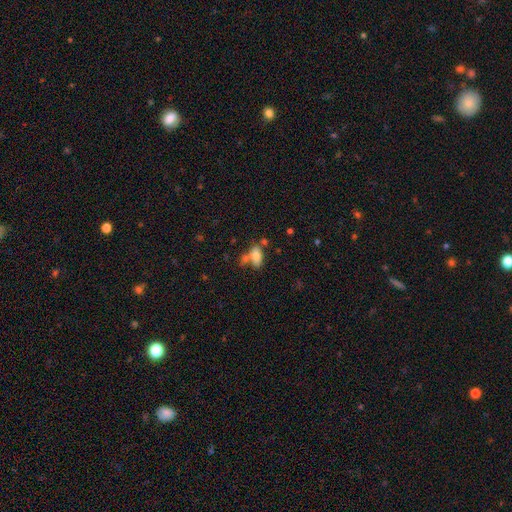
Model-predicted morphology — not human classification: Smooth or featured?
  - smooth: 73% *
  - featured or disk: 17%
  - star or artifact: 10%
How rounded?
  - in between: 86% *
  - cigar-shaped: 8%
  - round: 6%
Merging?
  - none: 45% *
  - merger: 30%
  - minor disturbance: 18%
  - major disturbance: 8%